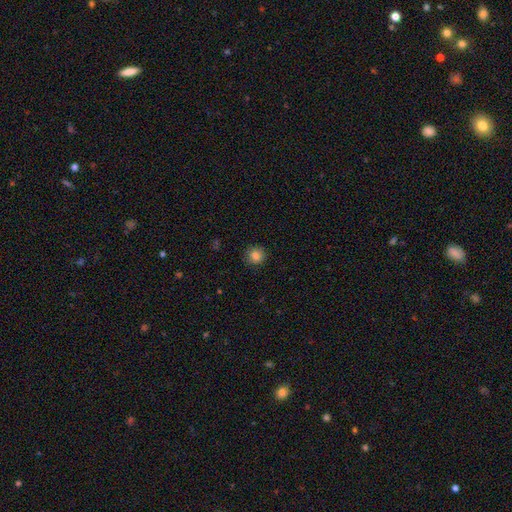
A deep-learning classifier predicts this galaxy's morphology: The model was most divided on "smooth or featured": smooth: 84%, star or artifact: 11%, featured or disk: 5%. More confident: how rounded — round (92%); merging — none (90%).